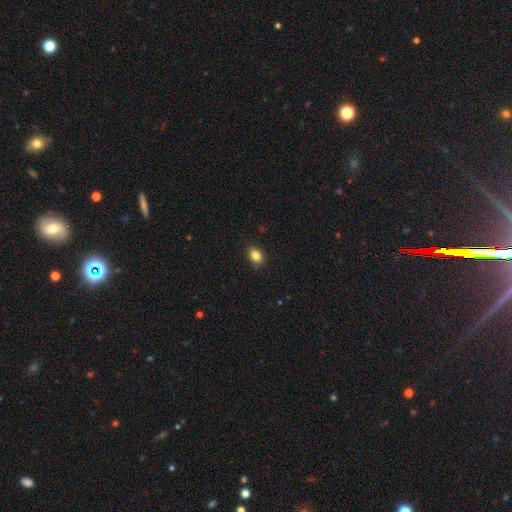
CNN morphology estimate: Smooth or featured? smooth (84%)
How rounded? in between (69%)
Merging? none (87%)